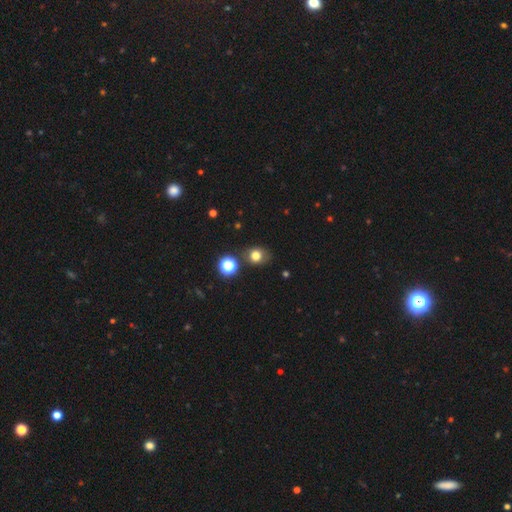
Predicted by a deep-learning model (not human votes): Smooth or featured: smooth — 75% (star or artifact — 17%)
How rounded: round — 70% (in between — 29%)
Merging: none — 76% (minor disturbance — 13%)